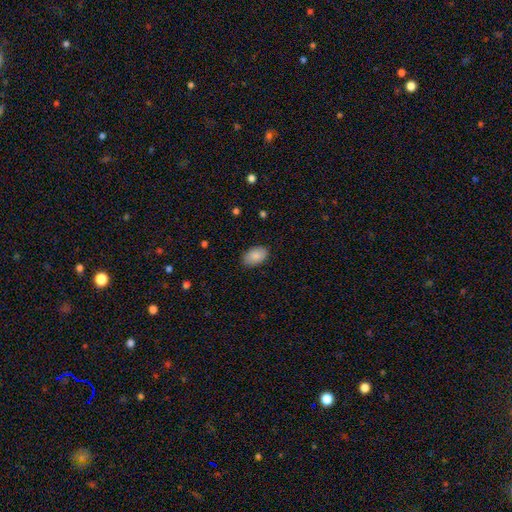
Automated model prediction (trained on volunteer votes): This is clearly a smooth galaxy (87%). How rounded: clearly in between (92%). Merging: clearly none (86%).